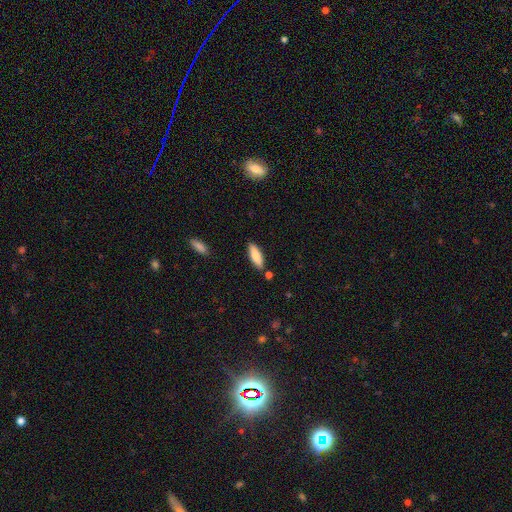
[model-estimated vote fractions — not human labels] A smooth galaxy with no disk features (83%) that is in between round and cigar-shaped (55%). Merging: none (82%).